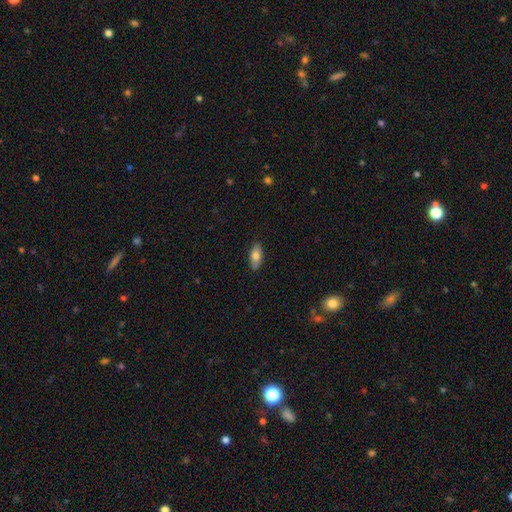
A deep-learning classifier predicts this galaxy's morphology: Overall: smooth (77%). How rounded: in between (86%). Merging: none (88%).